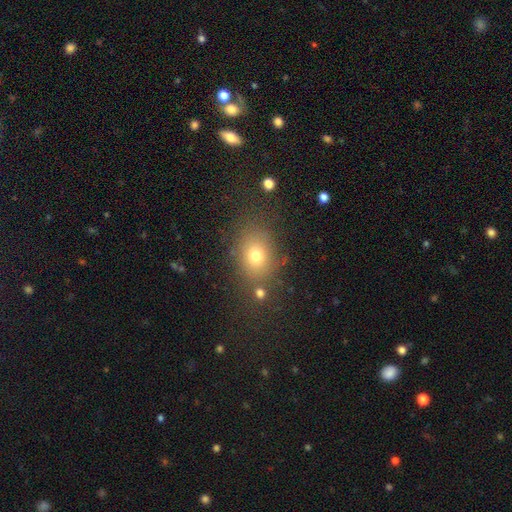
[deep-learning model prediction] smooth_or_featured: smooth (p=0.73) [alt: star or artifact p=0.15]
how_rounded: in between (p=0.56) [alt: round p=0.43]
merging: none (p=0.76) [alt: minor disturbance p=0.12]